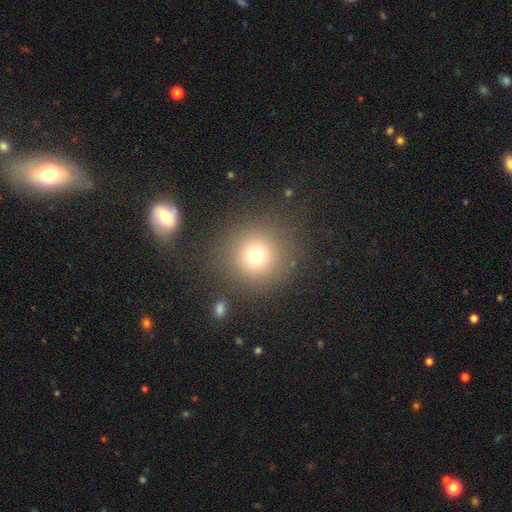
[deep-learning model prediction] Q: Smooth or featured?
A: smooth (73%); runner-up: star or artifact (17%)
Q: How rounded?
A: round (93%); runner-up: in between (6%)
Q: Merging?
A: none (84%); runner-up: minor disturbance (8%)